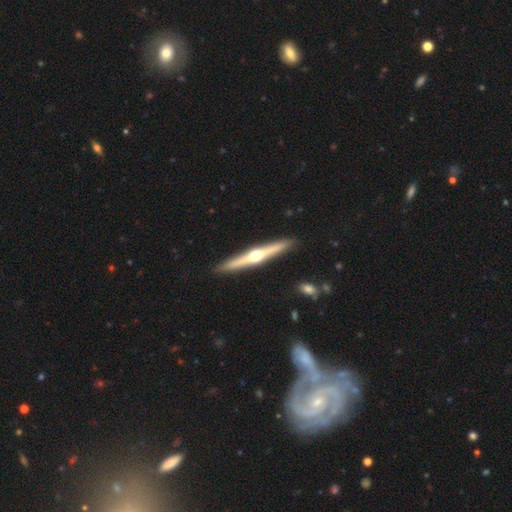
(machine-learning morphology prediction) smooth-or-featured: featured or disk: 76% | smooth: 19% | star or artifact: 5%
  disk-edge-on: yes: 98% | no: 2%
    edge-on-bulge: rounded: 95% | none: 3% | boxy: 2%
  merging: none: 92% | minor disturbance: 6% | merger: 1% | major disturbance: 1%